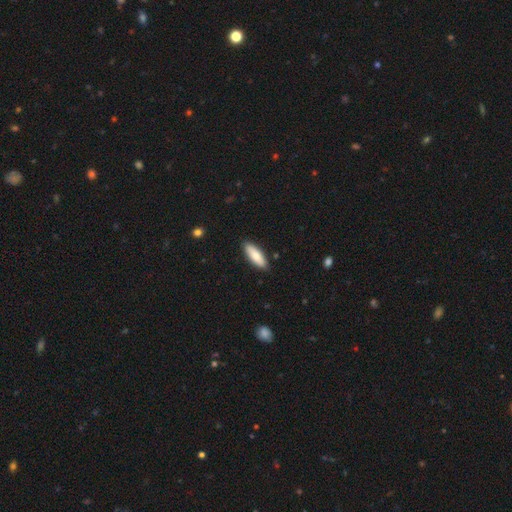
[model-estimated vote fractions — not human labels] Q: Smooth or featured?
A: smooth (84%); runner-up: featured or disk (11%)
Q: How rounded?
A: in between (56%); runner-up: cigar-shaped (43%)
Q: Merging?
A: none (88%); runner-up: minor disturbance (9%)